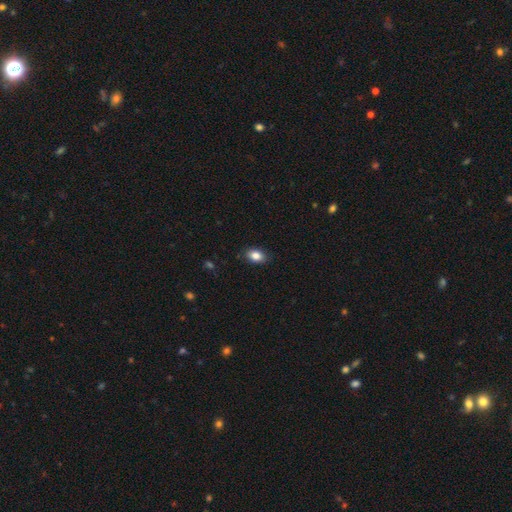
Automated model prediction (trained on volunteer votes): smooth 85%, star or artifact 8%, featured or disk 7%. Down the decision tree: how rounded — in between (85%); merging — none (87%).